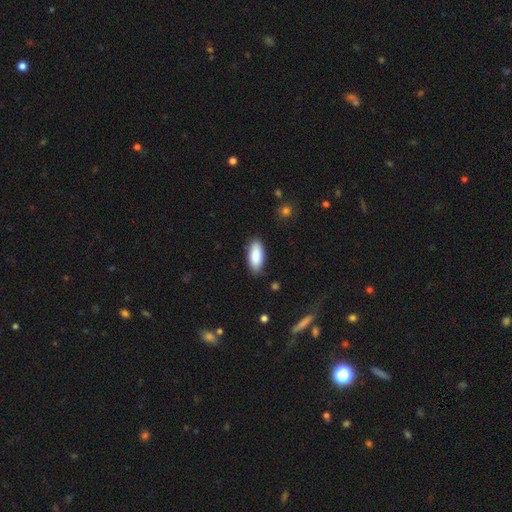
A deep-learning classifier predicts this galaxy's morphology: This appears to be a smooth galaxy with no disk features (88%) that is in between round and cigar-shaped (85%). Merging: none (83%).